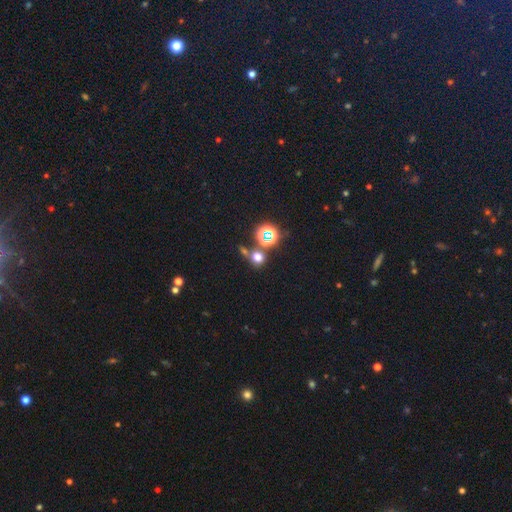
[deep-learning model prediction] This appears to be a star or artifact, not a galaxy (62%).